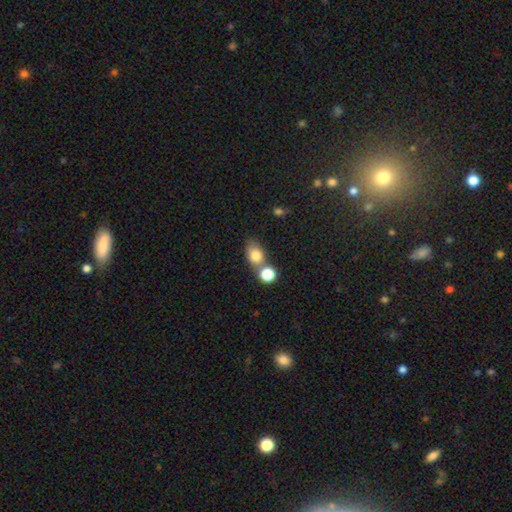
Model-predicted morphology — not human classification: Smooth or featured? smooth (80%)
How rounded? in between (65%)
Merging? none (44%)